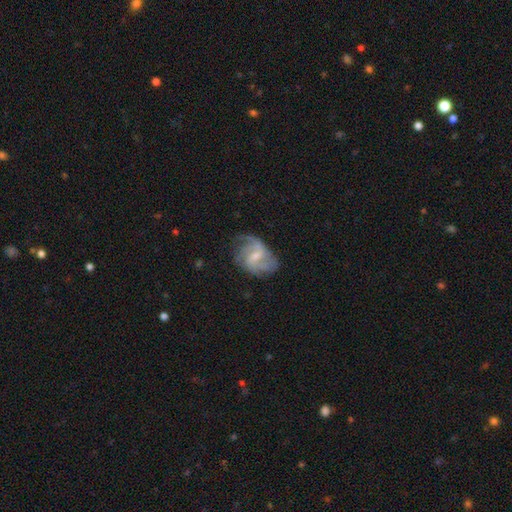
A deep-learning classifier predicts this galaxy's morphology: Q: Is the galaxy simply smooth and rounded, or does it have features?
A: featured or disk — 78%.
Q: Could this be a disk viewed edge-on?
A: no — 97%.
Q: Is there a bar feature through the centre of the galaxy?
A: weak — 57%.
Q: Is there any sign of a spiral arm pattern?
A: yes — 92%.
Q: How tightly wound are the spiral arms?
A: medium — 45%.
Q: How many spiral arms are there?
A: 2 — 34%.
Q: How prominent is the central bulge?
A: small — 51%.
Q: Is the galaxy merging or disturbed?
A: none — 55%.